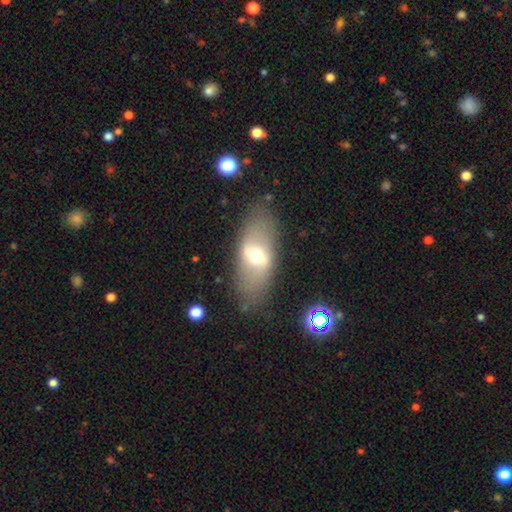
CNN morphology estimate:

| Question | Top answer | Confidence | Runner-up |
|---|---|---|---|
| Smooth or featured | featured or disk | 48% | smooth (44%) |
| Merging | none | 81% | minor disturbance (11%) |